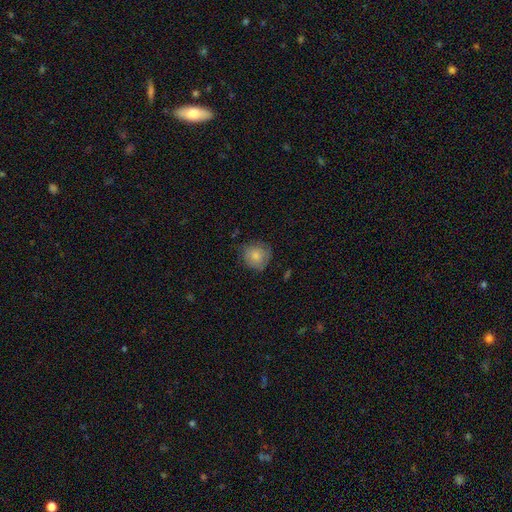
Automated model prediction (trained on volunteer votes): The model was most divided on "merging": none: 67%, minor disturbance: 25%, major disturbance: 6%, merger: 1%. More confident: how rounded — round (88%); smooth or featured — smooth (77%).